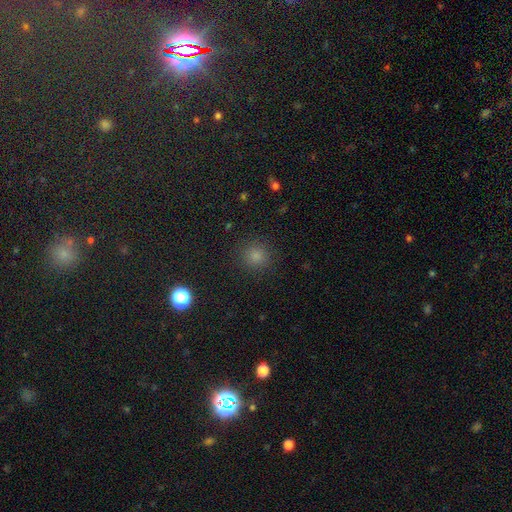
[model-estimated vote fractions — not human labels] This appears to be a smooth galaxy with no disk features (74%) that is round (94%). Merging: none (91%).